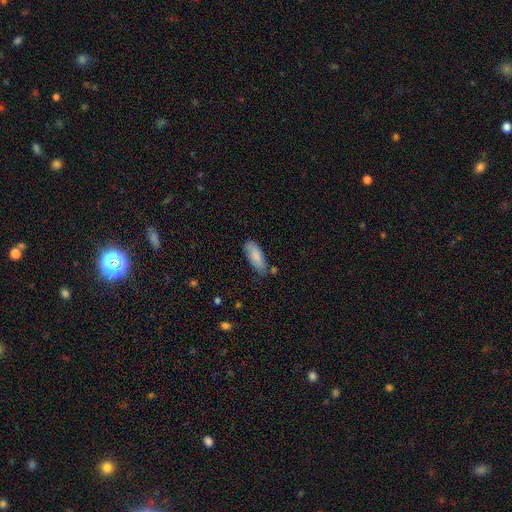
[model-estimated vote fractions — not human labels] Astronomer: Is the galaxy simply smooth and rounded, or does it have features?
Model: smooth — 84%.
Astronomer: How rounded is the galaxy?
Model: in between — 73%.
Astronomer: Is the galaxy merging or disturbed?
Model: none — 66%.